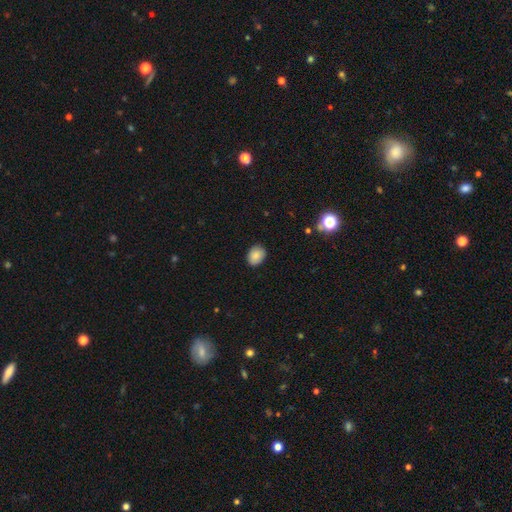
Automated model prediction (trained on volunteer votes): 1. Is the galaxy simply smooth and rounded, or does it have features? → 86% smooth, 9% star or artifact, 5% featured or disk.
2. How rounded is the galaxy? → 57% in between, 42% round, 1% cigar-shaped.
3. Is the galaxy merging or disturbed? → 88% none, 9% minor disturbance, 2% major disturbance, 1% merger.